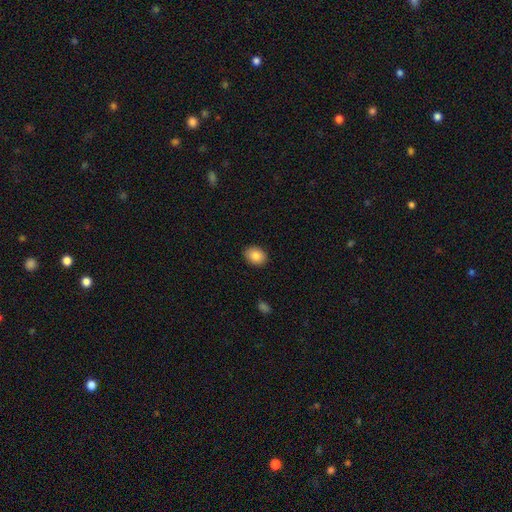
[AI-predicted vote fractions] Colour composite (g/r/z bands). It shows a smooth galaxy with no disk features (85%) that is in between round and cigar-shaped (67%). Merging: none (89%).